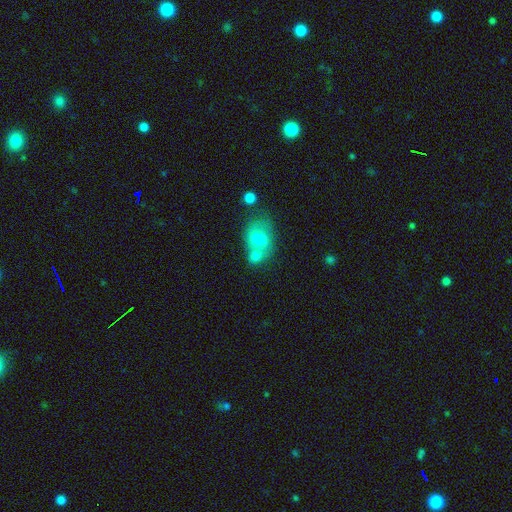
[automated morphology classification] smooth_or_featured: smooth (p=0.74) [alt: featured or disk p=0.17]
how_rounded: in between (p=0.58) [alt: round p=0.41]
merging: merger (p=0.55) [alt: none p=0.29]